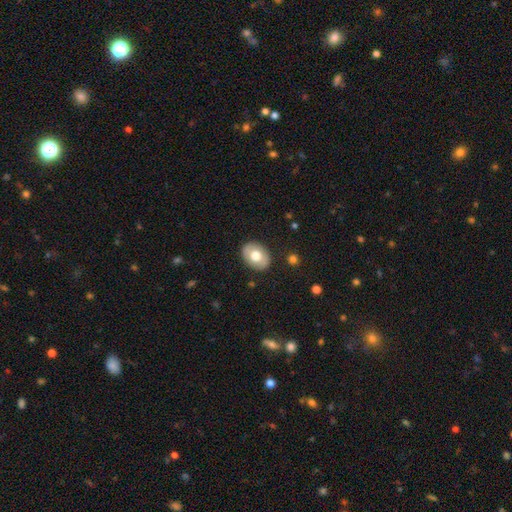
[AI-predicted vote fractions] A smooth galaxy with no disk features (65%) that is in between round and cigar-shaped (70%).

Vote fractions:
- Smooth or featured? smooth: 65% / featured or disk: 29% / star or artifact: 6%
- How rounded? in between: 70% / round: 29% / cigar-shaped: 1%
- Merging? none: 85% / minor disturbance: 11% / major disturbance: 3% / merger: 1%